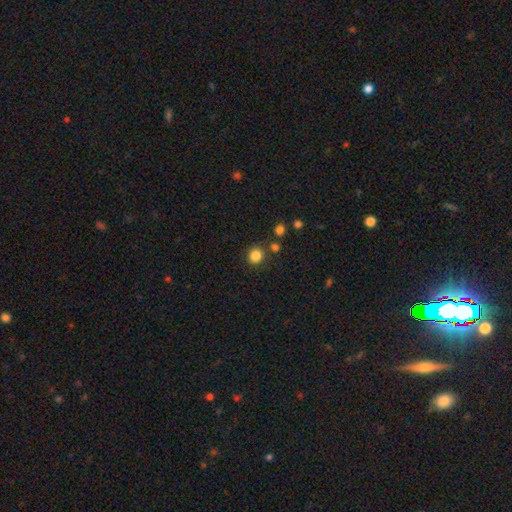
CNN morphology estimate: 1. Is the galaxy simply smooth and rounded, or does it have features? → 84% smooth, 12% star or artifact, 4% featured or disk.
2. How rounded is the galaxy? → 86% round, 13% in between, 1% cigar-shaped.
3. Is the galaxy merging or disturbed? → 83% none, 8% minor disturbance, 5% merger, 3% major disturbance.